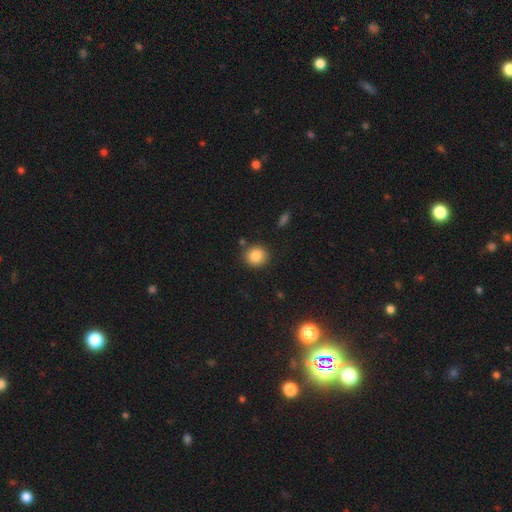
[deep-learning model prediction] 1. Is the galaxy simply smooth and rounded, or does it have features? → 86% smooth, 9% star or artifact, 5% featured or disk.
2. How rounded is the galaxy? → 86% round, 13% in between, 1% cigar-shaped.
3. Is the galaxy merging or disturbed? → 85% none, 9% minor disturbance, 4% merger, 3% major disturbance.